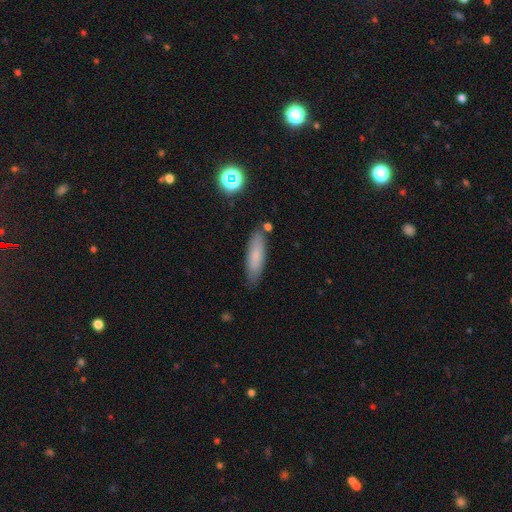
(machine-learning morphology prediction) A smooth galaxy with no disk features (76%) that is cigar-shaped (65%). Merging: none (81%).